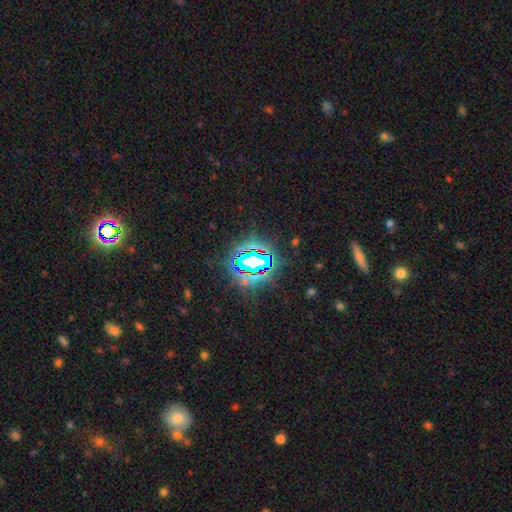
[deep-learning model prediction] This appears to be a star or artifact, not a galaxy (78%).